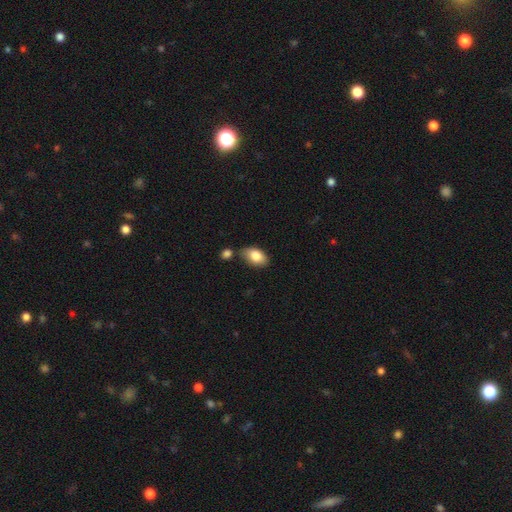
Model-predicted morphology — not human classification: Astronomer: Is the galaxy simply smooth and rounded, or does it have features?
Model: smooth — 84%.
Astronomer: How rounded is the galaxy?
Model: in between — 92%.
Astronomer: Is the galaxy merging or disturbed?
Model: none — 69%.